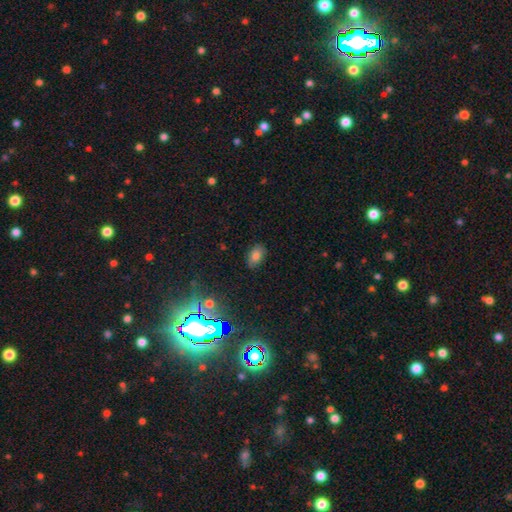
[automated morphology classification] A smooth galaxy with no disk features (77%) that is in between round and cigar-shaped (90%). Merging: none (85%).